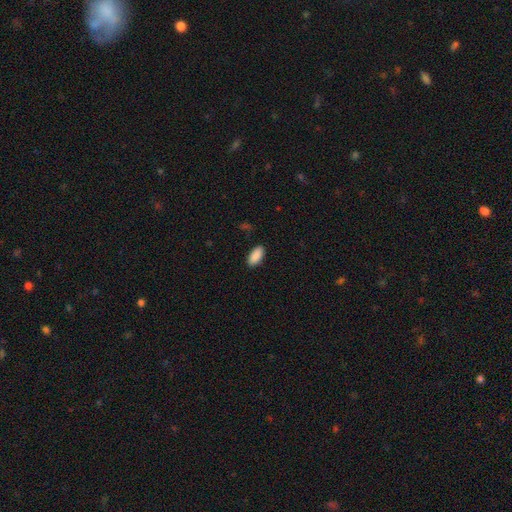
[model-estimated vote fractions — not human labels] Smooth or featured? Predicted: smooth (p=0.90). How rounded? Predicted: in between (p=0.91). Merging? Predicted: none (p=0.88).